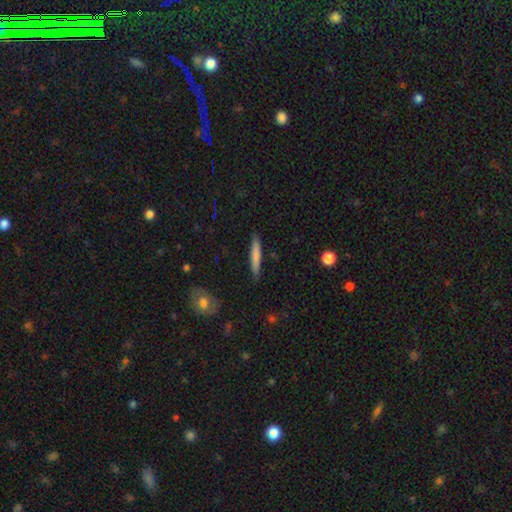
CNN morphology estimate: A smooth galaxy with no disk features (74%) that is cigar-shaped (94%).

Vote fractions:
- Smooth or featured? smooth: 74% / featured or disk: 20% / star or artifact: 6%
- How rounded? cigar-shaped: 94% / in between: 5% / round: 1%
- Merging? none: 88% / minor disturbance: 9% / major disturbance: 2% / merger: 1%